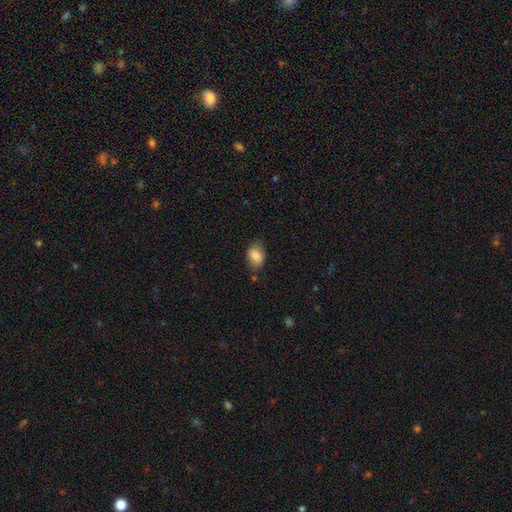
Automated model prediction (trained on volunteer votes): smooth-or-featured: smooth: 82% | featured or disk: 10% | star or artifact: 8%
  how-rounded: in between: 80% | round: 18% | cigar-shaped: 1%
  merging: none: 70% | minor disturbance: 22% | major disturbance: 5% | merger: 3%